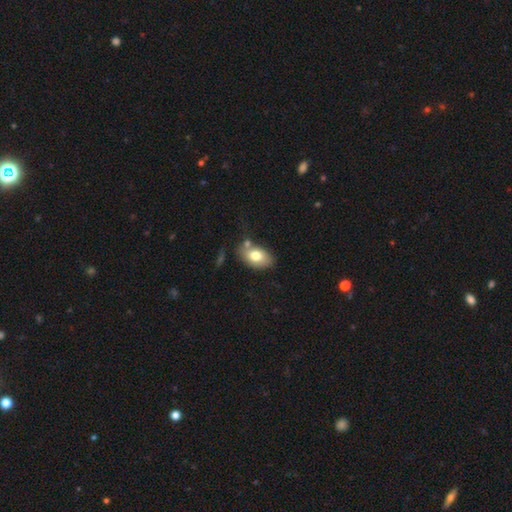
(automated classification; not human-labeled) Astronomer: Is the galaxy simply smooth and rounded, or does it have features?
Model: smooth — 75%.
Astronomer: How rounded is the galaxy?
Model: in between — 88%.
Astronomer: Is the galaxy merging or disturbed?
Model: none — 62%.